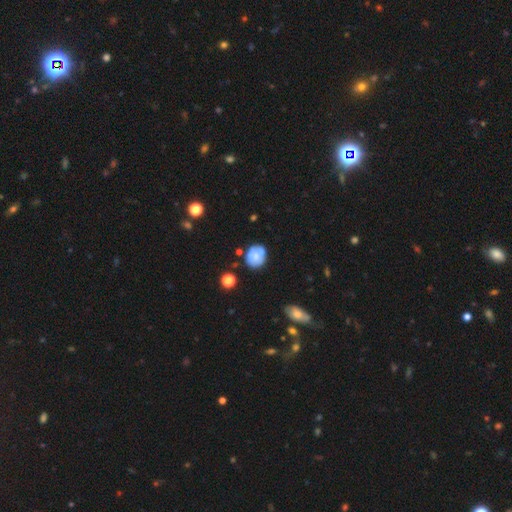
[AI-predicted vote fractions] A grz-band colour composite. It shows a smooth galaxy with no disk features (58%) that is round (67%). Merging: none (64%).